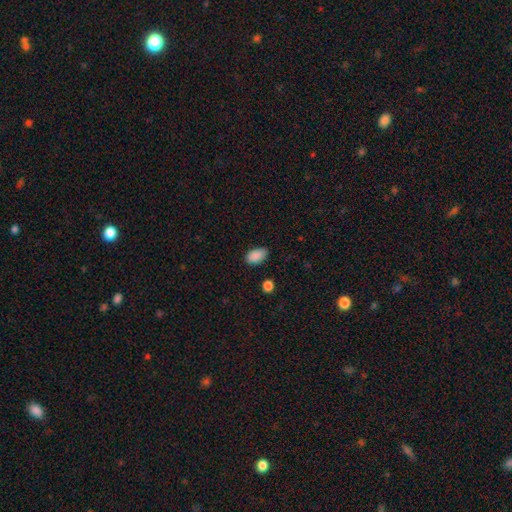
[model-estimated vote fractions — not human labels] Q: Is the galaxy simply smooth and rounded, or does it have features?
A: smooth — 89%.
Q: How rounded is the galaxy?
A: in between — 93%.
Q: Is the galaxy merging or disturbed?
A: none — 81%.